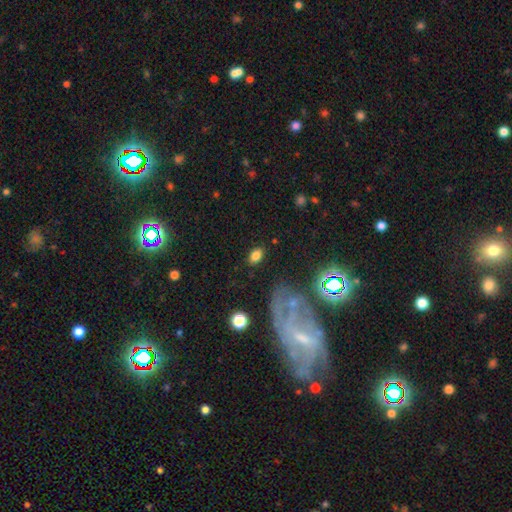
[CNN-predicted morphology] Overall: smooth (80%). How rounded: in between (86%). Merging: none (83%).